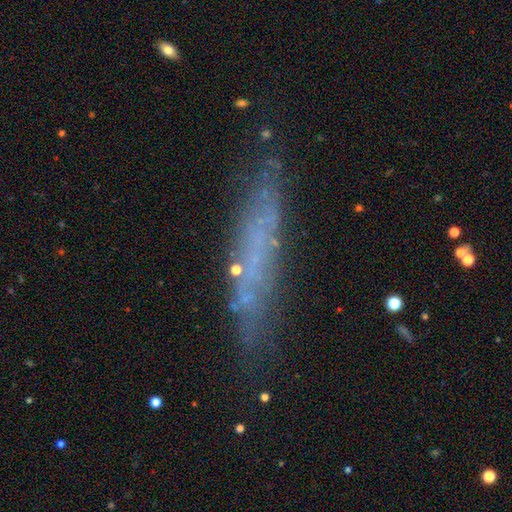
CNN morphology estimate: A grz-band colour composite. It shows a featured or disk galaxy (45%). Merging: none (74%).